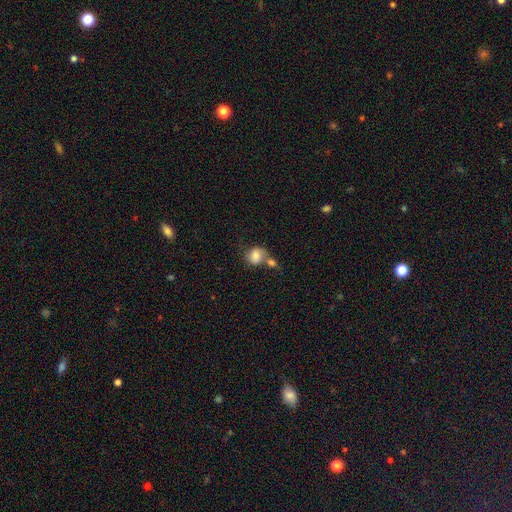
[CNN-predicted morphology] Overall: smooth (70%). How rounded: round (69%; in between 30%). Merging: merger (45%; none 30%).